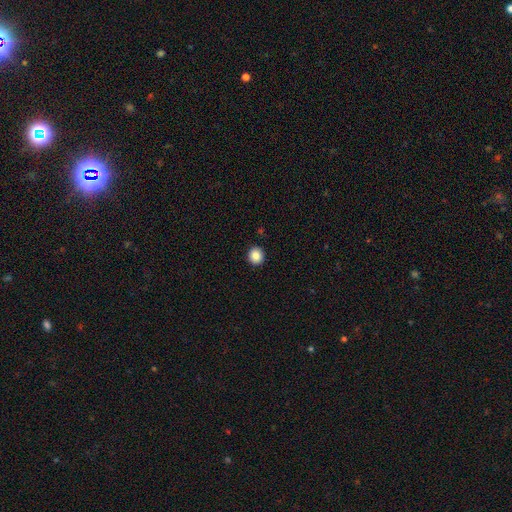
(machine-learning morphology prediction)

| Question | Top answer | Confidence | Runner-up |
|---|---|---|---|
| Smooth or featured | smooth | 87% | star or artifact (9%) |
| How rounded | round | 86% | in between (13%) |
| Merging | none | 92% | minor disturbance (5%) |